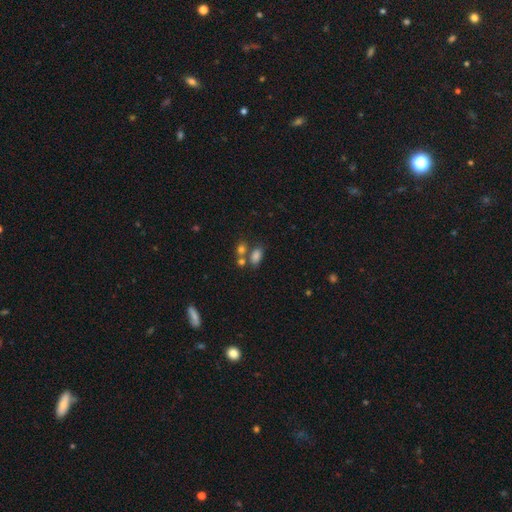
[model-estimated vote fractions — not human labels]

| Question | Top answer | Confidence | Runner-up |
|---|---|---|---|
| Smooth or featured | smooth | 79% | star or artifact (12%) |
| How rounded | in between | 86% | round (11%) |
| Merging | none | 50% | merger (33%) |